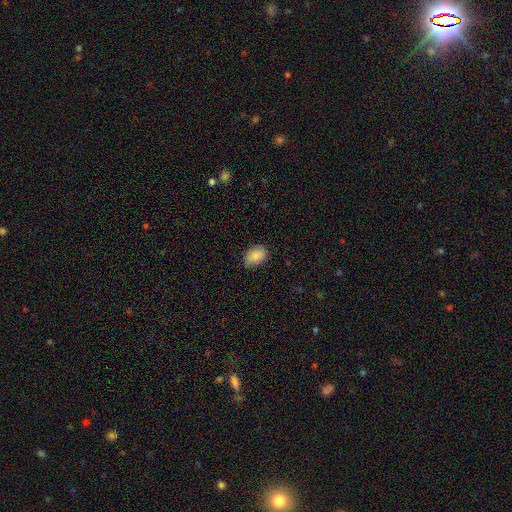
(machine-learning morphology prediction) smooth-or-featured: smooth: 87% | star or artifact: 7% | featured or disk: 6%
  how-rounded: in between: 81% | round: 17% | cigar-shaped: 1%
  merging: none: 80% | minor disturbance: 16% | major disturbance: 3% | merger: 1%